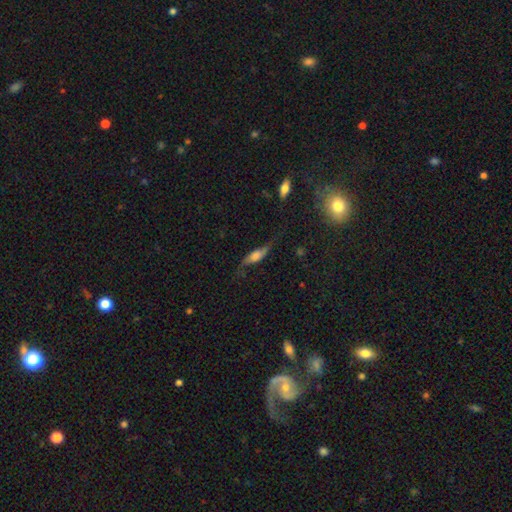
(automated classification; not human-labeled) Q: Smooth or featured?
A: featured or disk (57%); runner-up: smooth (34%)
Q: Edge-on disk?
A: yes (52%); runner-up: no (48%)
Q: Merging?
A: none (61%); runner-up: minor disturbance (23%)